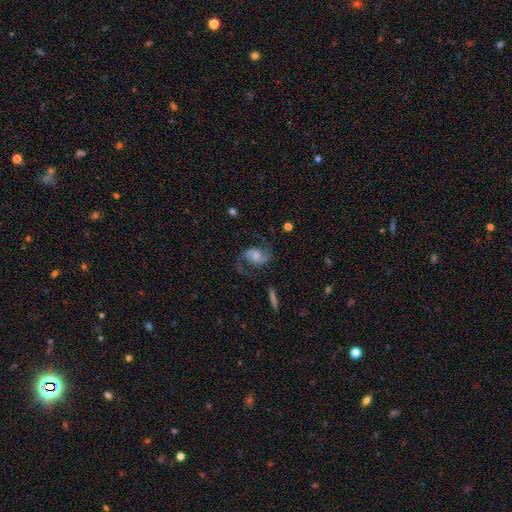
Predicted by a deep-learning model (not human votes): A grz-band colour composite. It shows a featured or disk galaxy (84%) with no bar (48%), 2 (92%) loose (45%, tied with medium) spiral arms (96%) and a moderate central bulge (47%). Merging: none (69%).